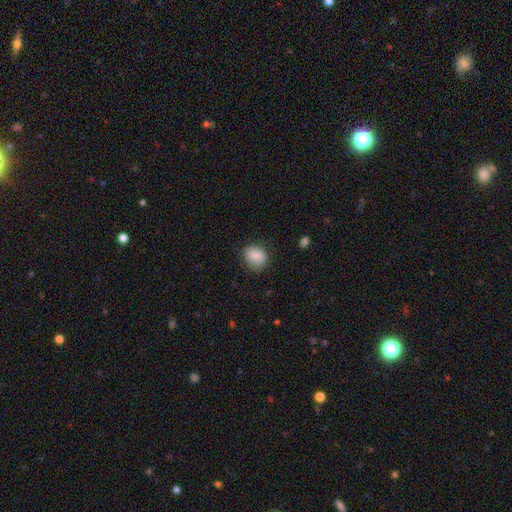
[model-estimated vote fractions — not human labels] A smooth galaxy with no disk features (85%) that is round (58%).

Vote fractions:
- Smooth or featured? smooth: 85% / star or artifact: 8% / featured or disk: 7%
- How rounded? round: 58% / in between: 41% / cigar-shaped: 1%
- Merging? none: 76% / minor disturbance: 18% / major disturbance: 5% / merger: 1%